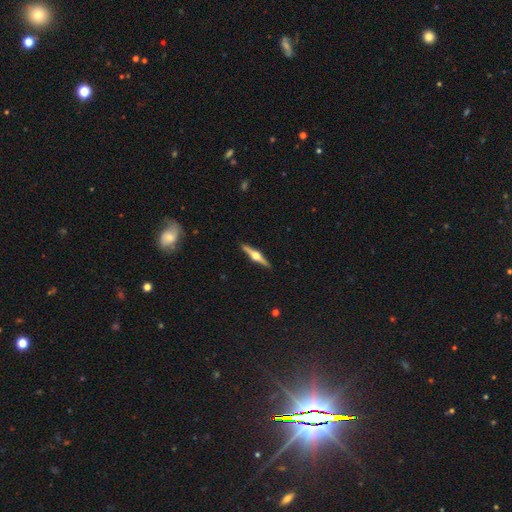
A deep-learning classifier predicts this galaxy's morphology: featured or disk 81%, smooth 15%, star or artifact 5%. Down the decision tree: edge-on disk — yes (98%); edge-on bulge — rounded (96%); merging — none (92%).